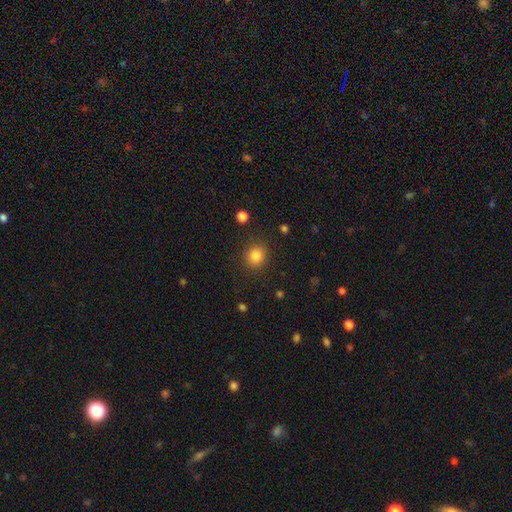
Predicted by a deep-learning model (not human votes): This appears to be a smooth galaxy with no disk features (84%) that is round (85%). Merging: none (88%).